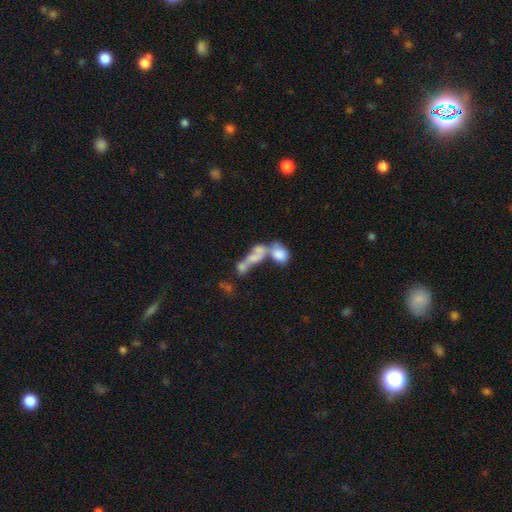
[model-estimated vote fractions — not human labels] A smooth galaxy with no disk features (54%) that is in between round and cigar-shaped (67%).

Vote fractions:
- Smooth or featured? smooth: 54% / featured or disk: 34% / star or artifact: 11%
- How rounded? in between: 67% / cigar-shaped: 17% / round: 17%
- Merging? merger: 69% / none: 13% / major disturbance: 11% / minor disturbance: 7%